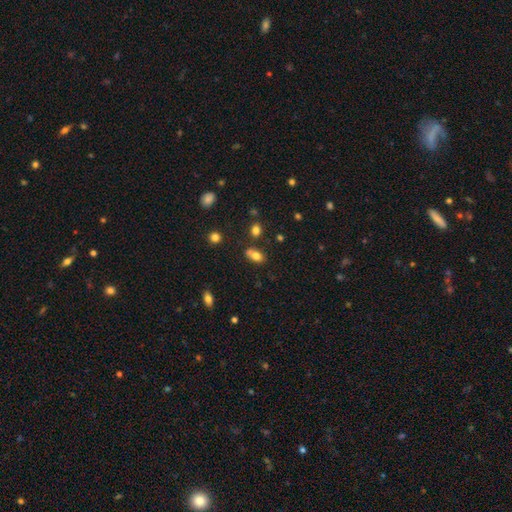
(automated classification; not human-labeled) Smooth or featured: smooth — 77% (featured or disk — 12%)
How rounded: in between — 82% (round — 14%)
Merging: none — 56% (minor disturbance — 20%)